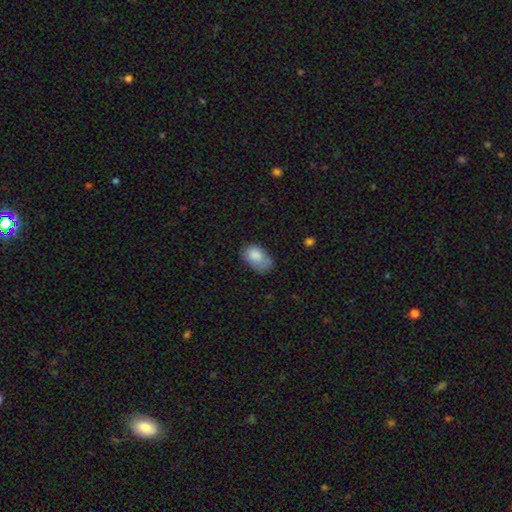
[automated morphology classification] smooth 83%, featured or disk 10%, star or artifact 8%. Down the decision tree: how rounded — in between (89%); merging — none (47%).